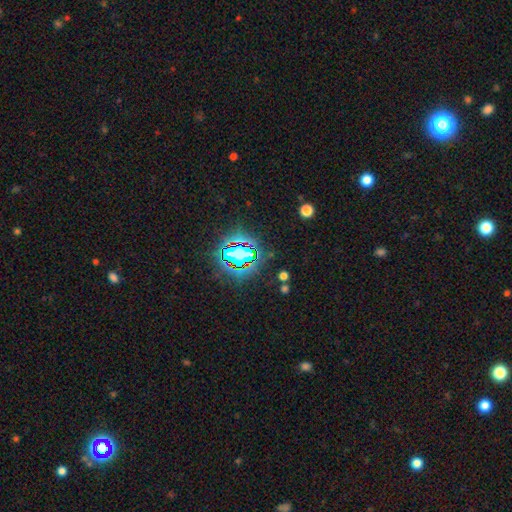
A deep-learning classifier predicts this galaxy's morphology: smooth_or_featured: star or artifact (p=0.81) [alt: smooth p=0.11]